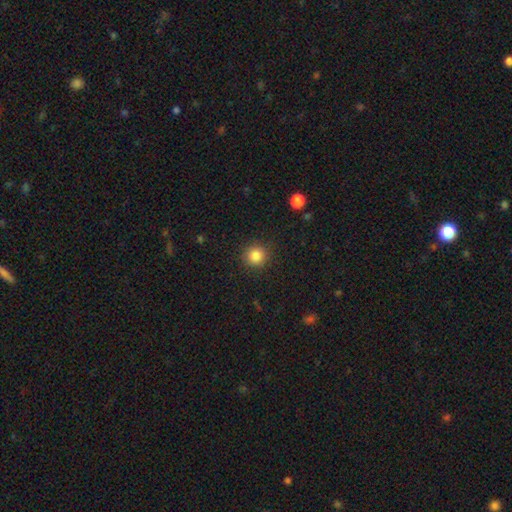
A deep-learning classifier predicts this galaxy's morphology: Q: Smooth or featured?
A: smooth (85%); runner-up: star or artifact (10%)
Q: How rounded?
A: round (93%); runner-up: in between (6%)
Q: Merging?
A: none (91%); runner-up: minor disturbance (6%)